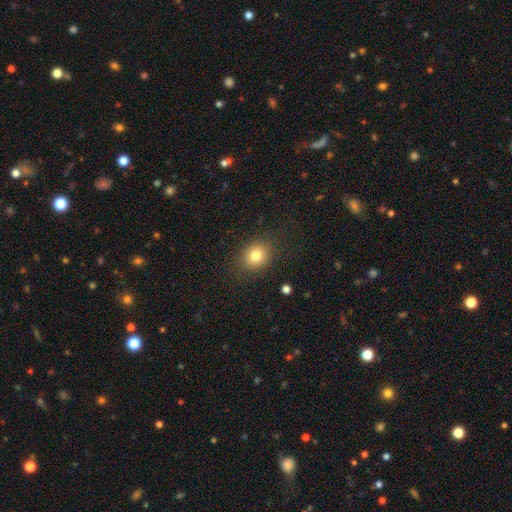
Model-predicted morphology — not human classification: smooth-or-featured: smooth: 80% | star or artifact: 12% | featured or disk: 8%
  how-rounded: round: 68% | in between: 31% | cigar-shaped: 1%
  merging: none: 85% | minor disturbance: 10% | major disturbance: 4% | merger: 1%